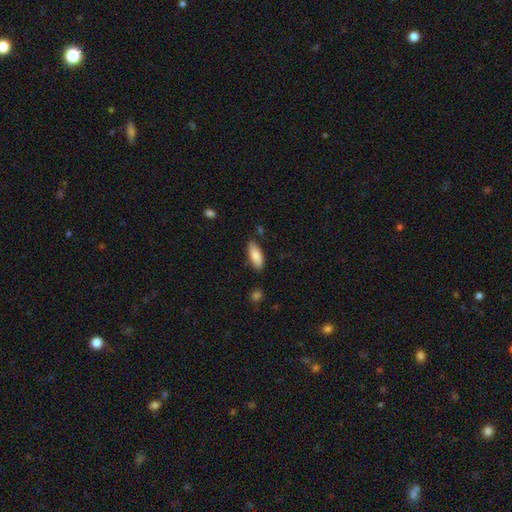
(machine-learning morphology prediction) This is clearly a smooth galaxy (84%). How rounded: likely in between (74%). Merging: clearly none (81%).